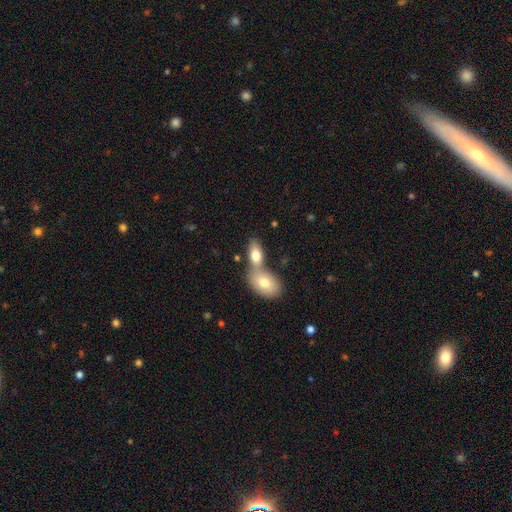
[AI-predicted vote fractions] Morphology: type=smooth (74%); roundness=in between (88%); merging=merger (62%).